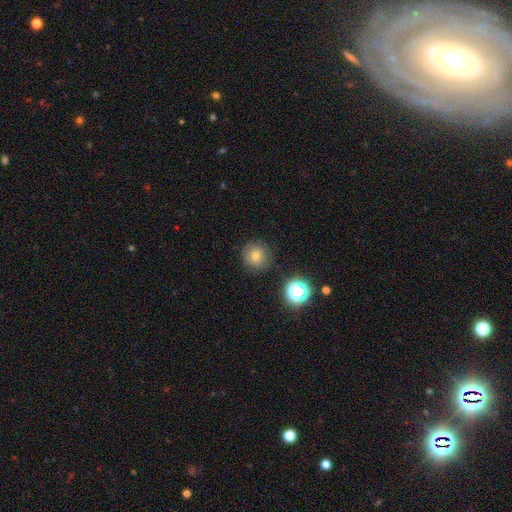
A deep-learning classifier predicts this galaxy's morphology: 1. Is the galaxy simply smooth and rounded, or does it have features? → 72% smooth, 17% star or artifact, 11% featured or disk.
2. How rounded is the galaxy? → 94% round, 5% in between, 1% cigar-shaped.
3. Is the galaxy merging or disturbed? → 87% none, 9% minor disturbance, 3% major disturbance, 2% merger.